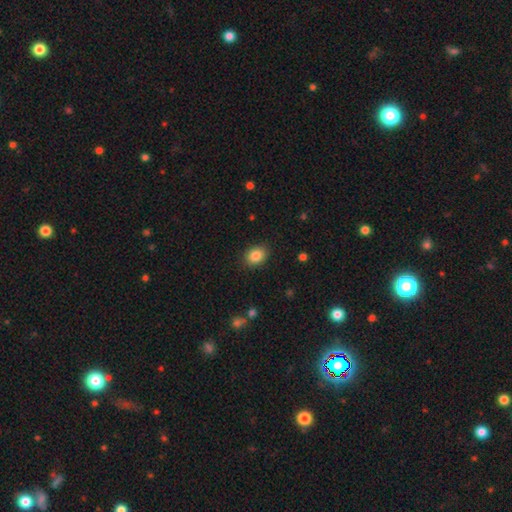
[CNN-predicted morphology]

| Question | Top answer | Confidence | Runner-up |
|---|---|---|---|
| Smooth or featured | smooth | 86% | star or artifact (9%) |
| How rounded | in between | 61% | round (38%) |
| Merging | none | 88% | minor disturbance (9%) |